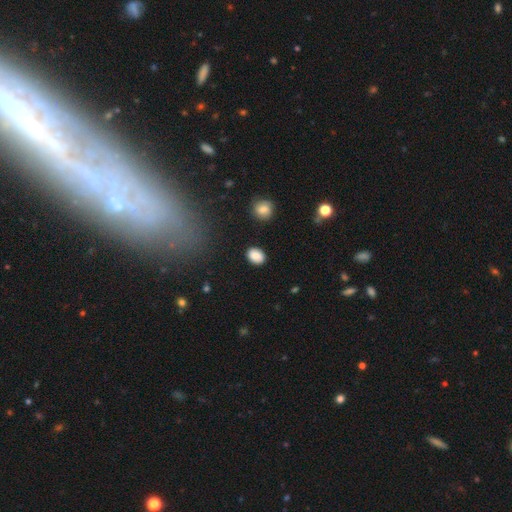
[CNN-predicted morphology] Smooth or featured? Predicted: smooth (p=0.86). How rounded? Predicted: in between (p=0.65). Merging? Predicted: none (p=0.87).